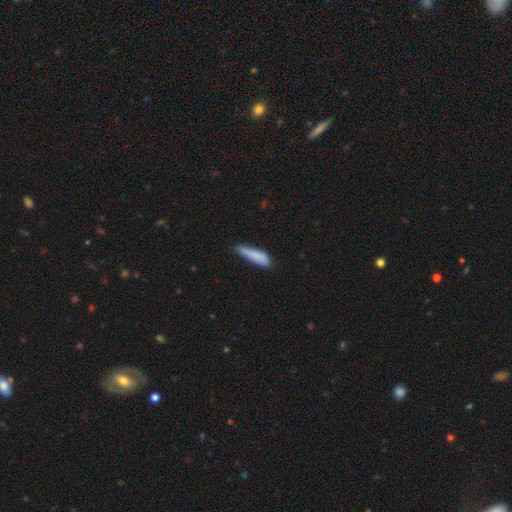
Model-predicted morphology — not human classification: Smooth or featured? Predicted: smooth (p=0.84). How rounded? Predicted: cigar-shaped (p=0.77). Merging? Predicted: none (p=0.56).